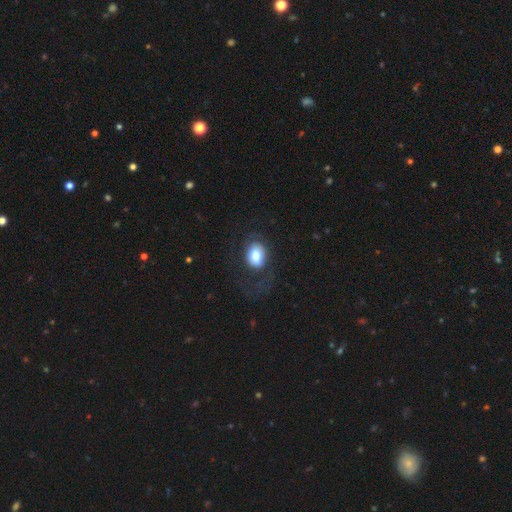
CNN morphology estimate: Overall: smooth (73%). How rounded: in between (75%). Merging: none (55%; major disturbance 26%).